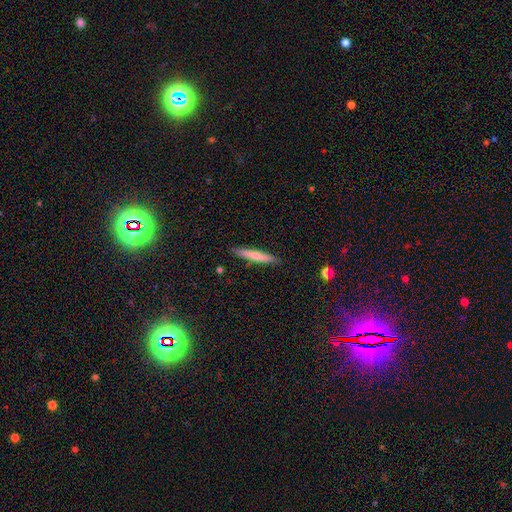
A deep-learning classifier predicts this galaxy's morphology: Smooth or featured?
  - smooth: 64% *
  - featured or disk: 31%
  - star or artifact: 6%
How rounded?
  - cigar-shaped: 93% *
  - in between: 6%
  - round: 1%
Merging?
  - none: 89% *
  - minor disturbance: 8%
  - major disturbance: 2%
  - merger: 1%